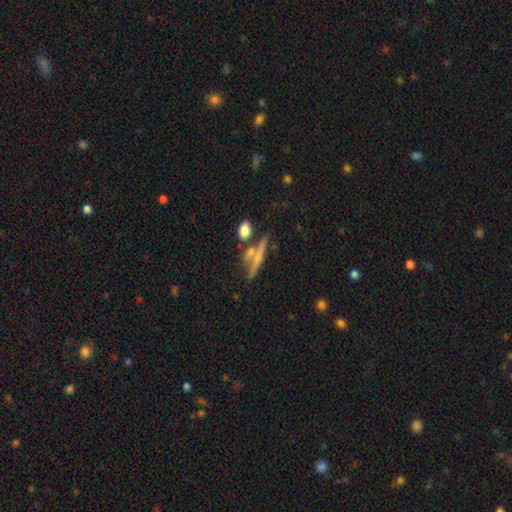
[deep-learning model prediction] The model was most divided on "smooth or featured": smooth: 47%, featured or disk: 43%, star or artifact: 10%. More confident: merging — none (51%).